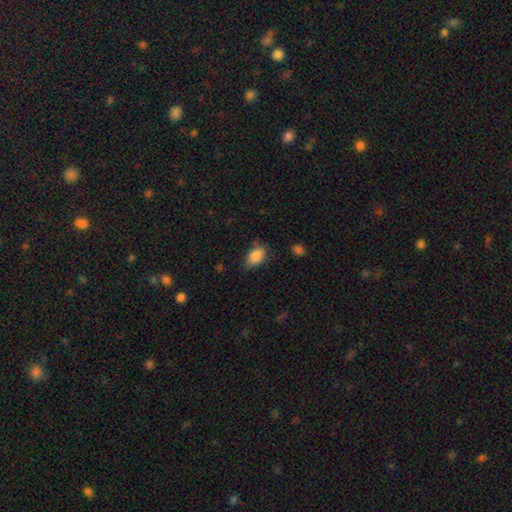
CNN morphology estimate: smooth-or-featured: smooth: 86% | star or artifact: 8% | featured or disk: 6%
  how-rounded: in between: 88% | round: 10% | cigar-shaped: 2%
  merging: none: 69% | minor disturbance: 24% | major disturbance: 5% | merger: 2%